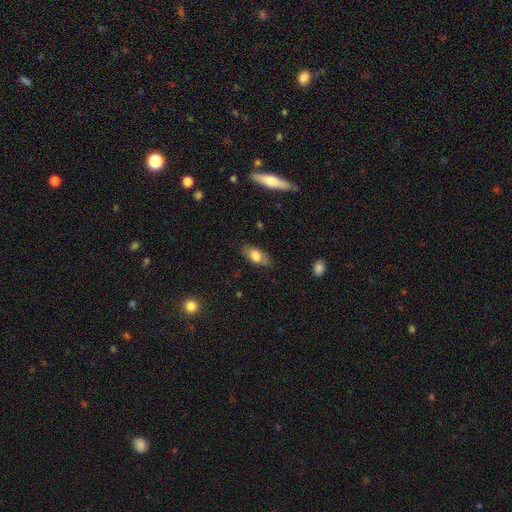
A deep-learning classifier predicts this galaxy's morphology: Smooth or featured? smooth (74%)
How rounded? in between (86%)
Merging? none (82%)